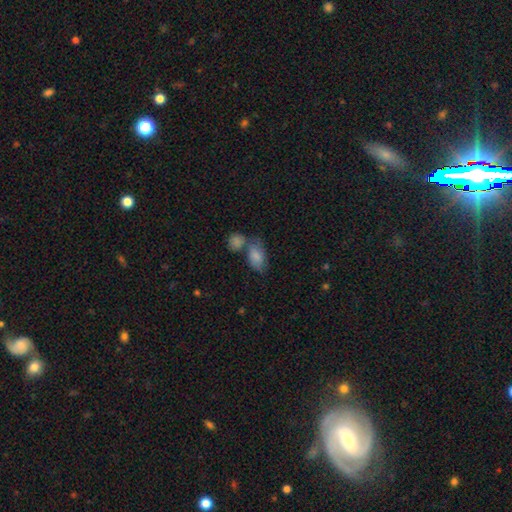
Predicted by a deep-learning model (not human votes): The model was most divided on "merging": merger: 39%, none: 38%, minor disturbance: 16%, major disturbance: 7%. More confident: how rounded — in between (91%); smooth or featured — smooth (83%).